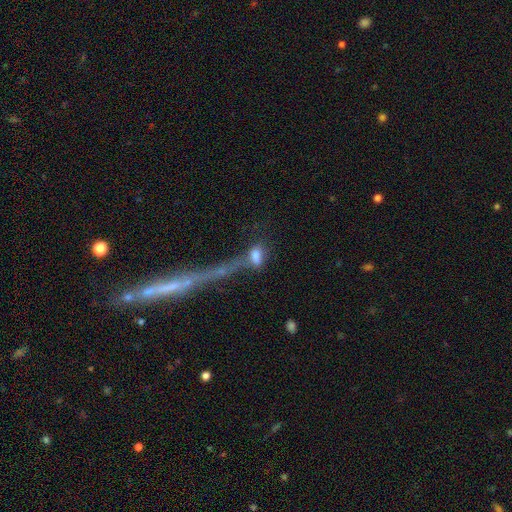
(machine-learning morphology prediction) The model was most divided on "merging": none: 33%, merger: 32%, major disturbance: 18%, minor disturbance: 16%. More confident: how rounded — in between (75%); smooth or featured — smooth (68%).